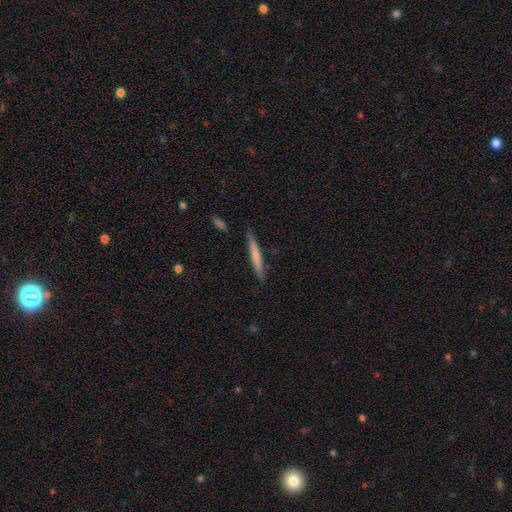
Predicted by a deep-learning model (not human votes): A smooth galaxy with no disk features (63%) that is cigar-shaped (96%).

Vote fractions:
- Smooth or featured? smooth: 63% / featured or disk: 31% / star or artifact: 5%
- How rounded? cigar-shaped: 96% / in between: 3% / round: 1%
- Merging? none: 86% / minor disturbance: 11% / major disturbance: 2% / merger: 2%